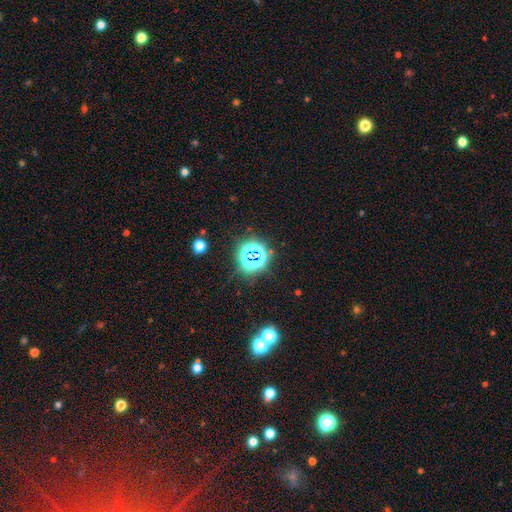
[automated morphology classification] smooth-or-featured: star or artifact: 75% | smooth: 16% | featured or disk: 9%